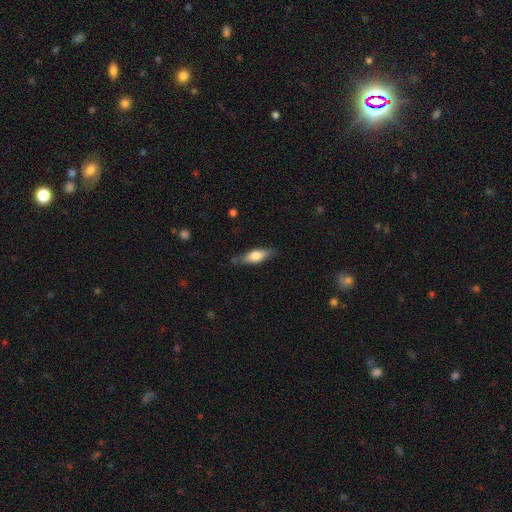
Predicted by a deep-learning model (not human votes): Smooth or featured? smooth (61%)
How rounded? in between (57%)
Merging? none (78%)